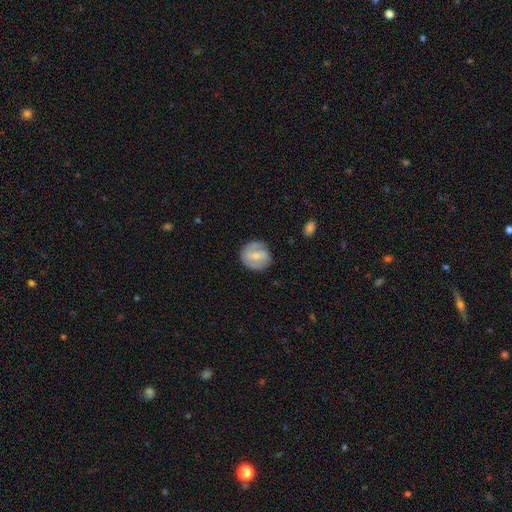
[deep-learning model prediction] Smooth or featured?
  - featured or disk: 56% *
  - smooth: 38%
  - star or artifact: 7%
Edge-on disk?
  - no: 96% *
  - yes: 4%
Bar?
  - weak: 47% *
  - no: 28%
  - strong: 25%
Spiral arms?
  - yes: 71% *
  - no: 29%
Bulge size?
  - small: 55% *
  - moderate: 39%
  - none: 3%
  - large: 2%
  - dominant: 1%
Merging?
  - none: 75% *
  - minor disturbance: 18%
  - major disturbance: 6%
  - merger: 2%